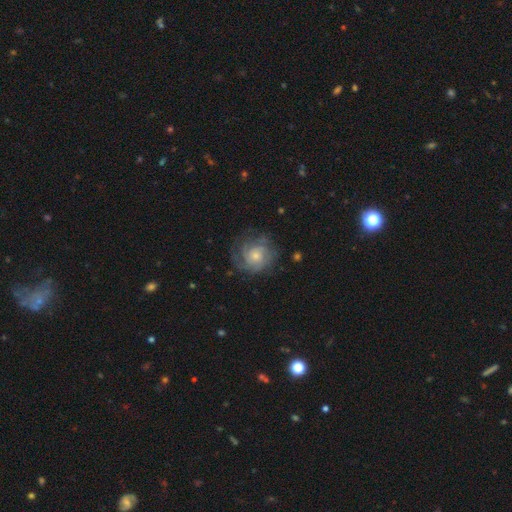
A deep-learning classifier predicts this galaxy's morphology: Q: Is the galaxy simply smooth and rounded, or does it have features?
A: featured or disk — 71%.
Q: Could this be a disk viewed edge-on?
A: no — 98%.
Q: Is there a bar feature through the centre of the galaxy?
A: no — 78%.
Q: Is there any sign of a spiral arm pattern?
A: yes — 91%.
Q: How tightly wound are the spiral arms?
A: tight — 59%.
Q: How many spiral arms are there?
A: can't tell — 39%.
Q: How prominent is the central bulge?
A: small — 48%.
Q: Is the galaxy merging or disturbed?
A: none — 69%.